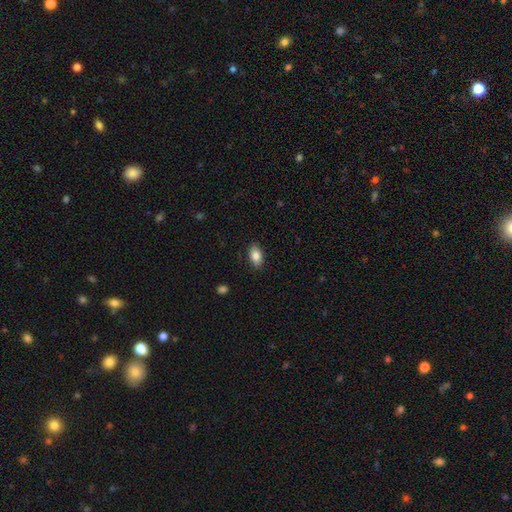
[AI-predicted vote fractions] Morphology: type=smooth (85%); roundness=in between (91%); merging=none (87%).